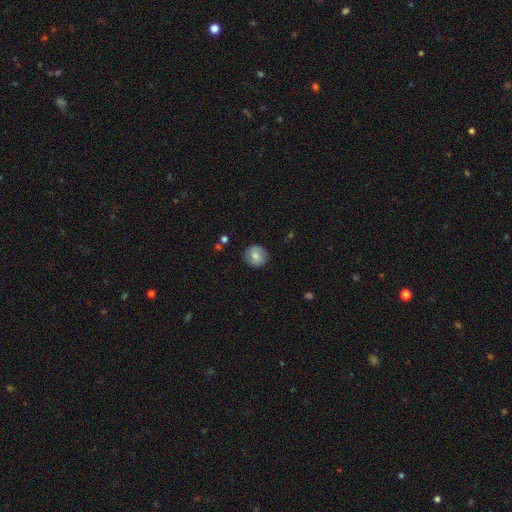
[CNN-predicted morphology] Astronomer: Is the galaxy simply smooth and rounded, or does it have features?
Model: smooth — 69%.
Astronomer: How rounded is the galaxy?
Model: round — 85%.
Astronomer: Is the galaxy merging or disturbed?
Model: none — 83%.